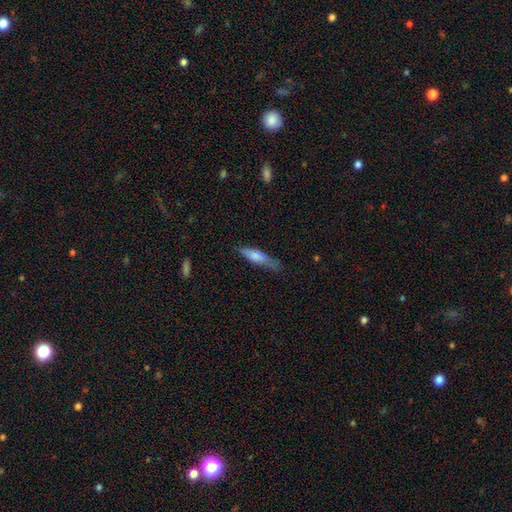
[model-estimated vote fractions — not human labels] This appears to be a smooth galaxy with no disk features (66%) that is cigar-shaped (68%). Merging: none (59%).